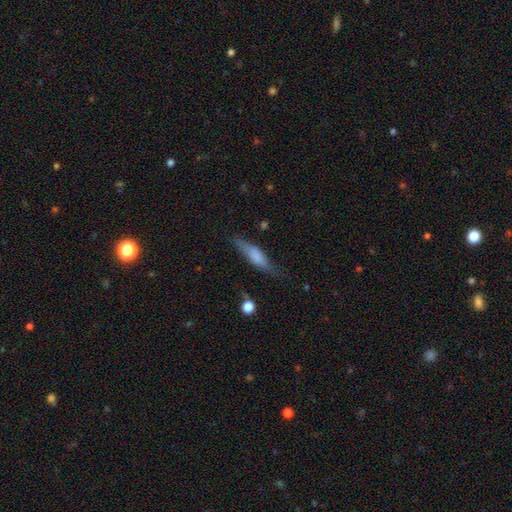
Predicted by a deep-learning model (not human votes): A smooth galaxy with no disk features (62%) that is cigar-shaped (66%). Merging: none (66%).